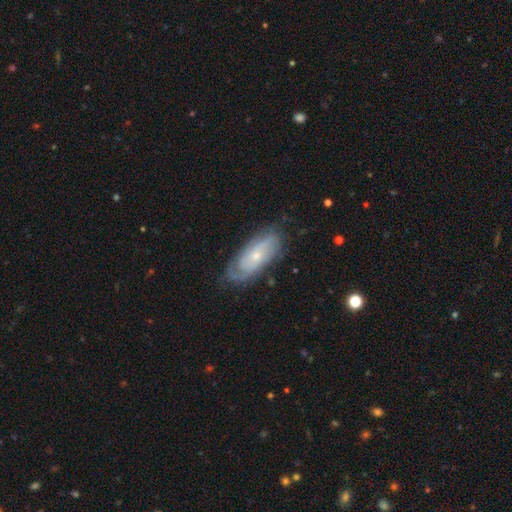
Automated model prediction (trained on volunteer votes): Morphology: type=featured or disk (73%); edge-on=no (90%); bar=no (73%); spiral arms=yes (90%); winding=tight (58%); arm count=can't tell (42%); bulge=small (71%); merging=none (72%).